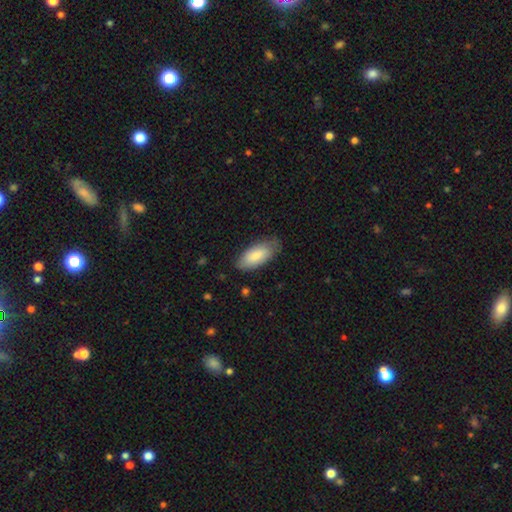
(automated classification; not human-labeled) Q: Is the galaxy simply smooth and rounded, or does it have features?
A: smooth — 80%.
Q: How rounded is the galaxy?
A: in between — 88%.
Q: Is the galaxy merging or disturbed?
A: none — 77%.